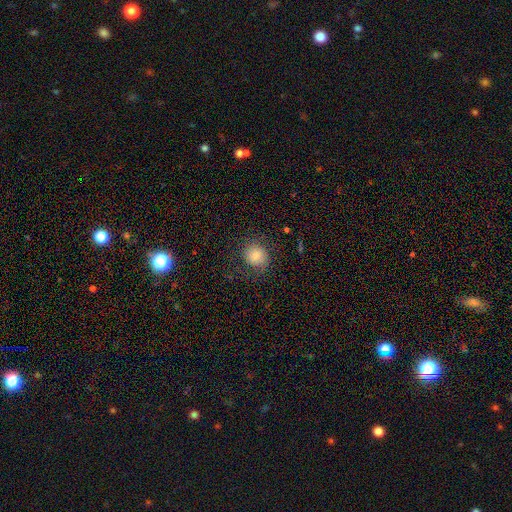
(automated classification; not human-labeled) The model was most divided on "merging": none: 70%, minor disturbance: 16%, major disturbance: 12%, merger: 1%. More confident: how rounded — round (81%); smooth or featured — smooth (72%).